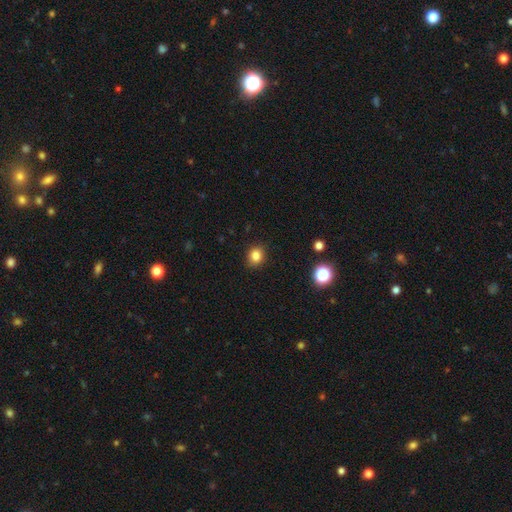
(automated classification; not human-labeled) The model was most divided on "how rounded": round: 72%, in between: 27%, cigar-shaped: 1%. More confident: merging — none (88%); smooth or featured — smooth (84%).